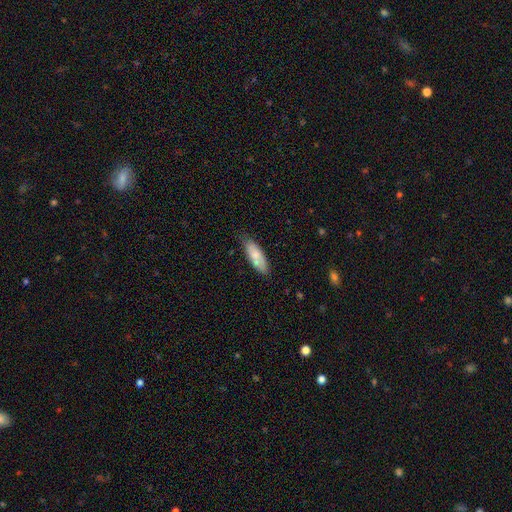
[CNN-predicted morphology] Q: Smooth or featured?
A: smooth (75%); runner-up: featured or disk (19%)
Q: How rounded?
A: in between (65%); runner-up: cigar-shaped (33%)
Q: Merging?
A: none (71%); runner-up: minor disturbance (21%)